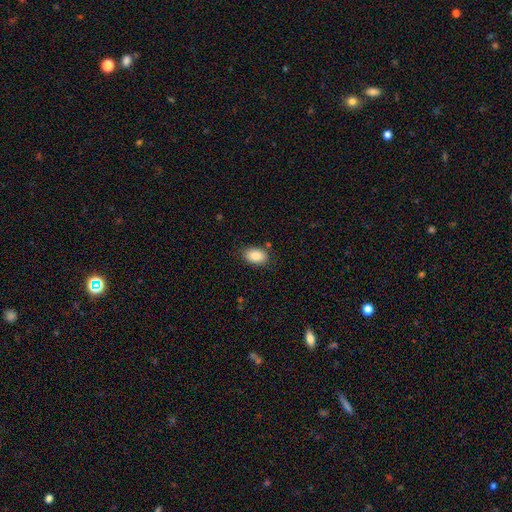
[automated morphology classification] Smooth or featured? smooth (88%)
How rounded? in between (89%)
Merging? none (83%)